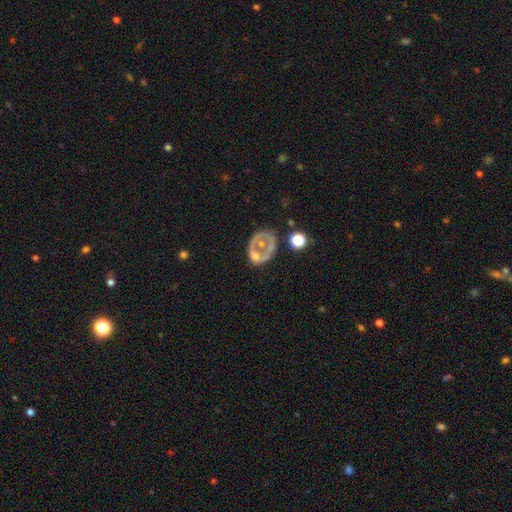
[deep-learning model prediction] Q: Smooth or featured?
A: featured or disk (56%); runner-up: smooth (33%)
Q: Edge-on disk?
A: no (96%); runner-up: yes (4%)
Q: Bar?
A: no (91%); runner-up: weak (6%)
Q: Spiral arms?
A: no (91%); runner-up: yes (9%)
Q: Bulge size?
A: moderate (41%); runner-up: none (27%)
Q: Merging?
A: none (51%); runner-up: minor disturbance (19%)